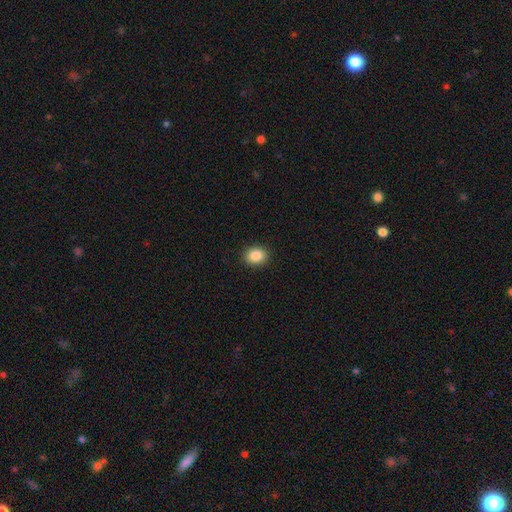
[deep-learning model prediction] A smooth galaxy with no disk features (87%) that is round (58%). Merging: none (91%).